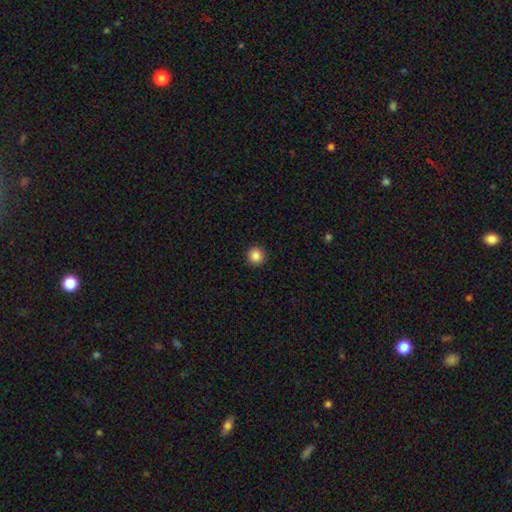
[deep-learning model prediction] Morphology: type=smooth (87%); roundness=round (95%); merging=none (93%).